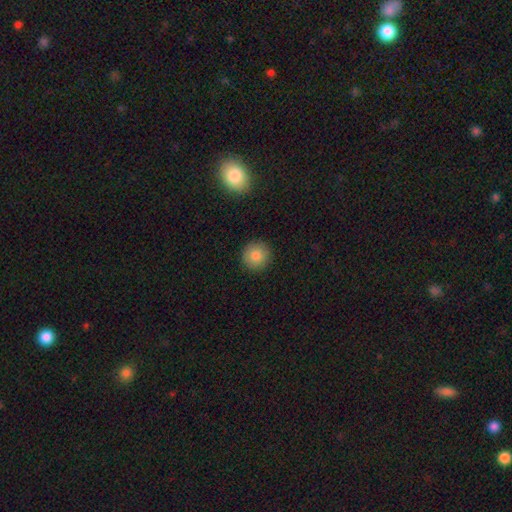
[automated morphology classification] smooth 85%, star or artifact 9%, featured or disk 6%. Down the decision tree: how rounded — round (94%); merging — none (91%).